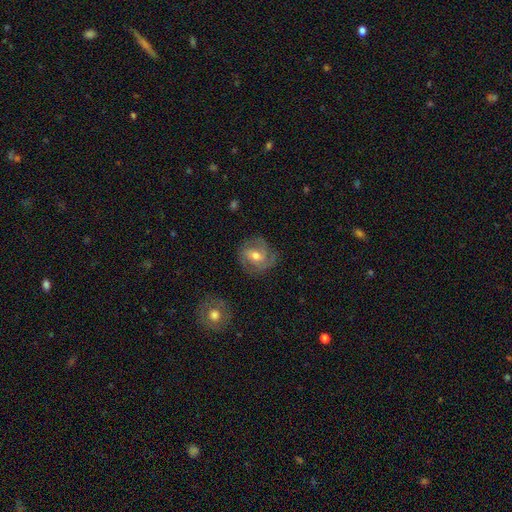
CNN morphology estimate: A featured or disk galaxy (70%) with no bar (50%), 2 (33%) tight (45%) spiral arms (90%) and a moderate central bulge (70%).

Vote fractions:
- Smooth or featured? featured or disk: 70% / smooth: 22% / star or artifact: 8%
- Edge-on disk? no: 97% / yes: 3%
- Bar? no: 50% / weak: 39% / strong: 11%
- Spiral arms? yes: 90% / no: 10%
- Spiral winding? tight: 45% / medium: 41% / loose: 14%
- Spiral arm count? 2: 33% / 3: 31% / can't tell: 22% / 4: 6% / 1: 5% / more than 4: 3%
- Bulge size? moderate: 70% / small: 23% / large: 5% / none: 1% / dominant: 1%
- Merging? none: 73% / minor disturbance: 18% / major disturbance: 8% / merger: 1%